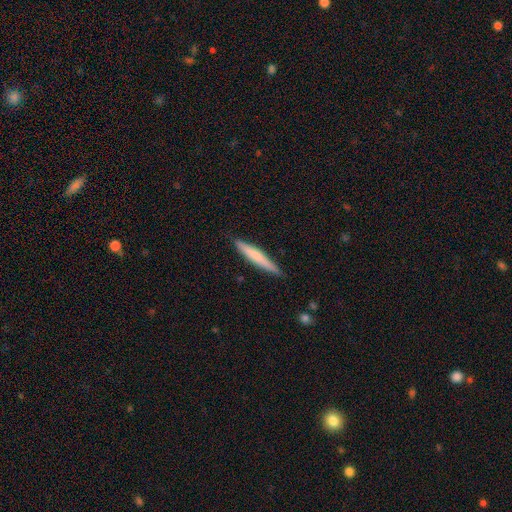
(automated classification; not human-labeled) smooth-or-featured: smooth: 65% | featured or disk: 30% | star or artifact: 5%
  how-rounded: cigar-shaped: 94% | in between: 4% | round: 1%
  merging: none: 88% | minor disturbance: 10% | major disturbance: 2% | merger: 1%